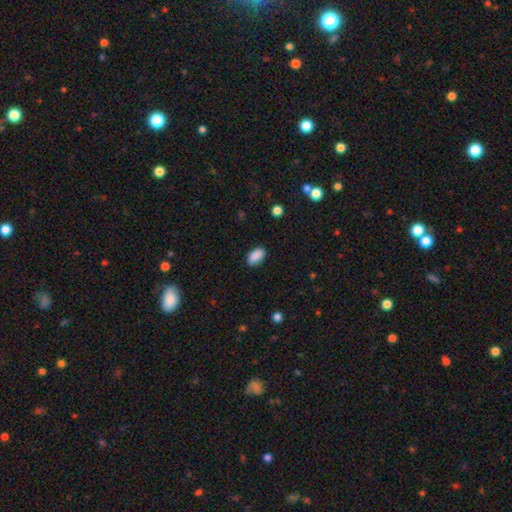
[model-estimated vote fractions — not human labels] A smooth galaxy with no disk features (89%) that is in between round and cigar-shaped (92%).

Vote fractions:
- Smooth or featured? smooth: 89% / star or artifact: 7% / featured or disk: 3%
- How rounded? in between: 92% / round: 4% / cigar-shaped: 4%
- Merging? none: 86% / minor disturbance: 10% / major disturbance: 2% / merger: 1%